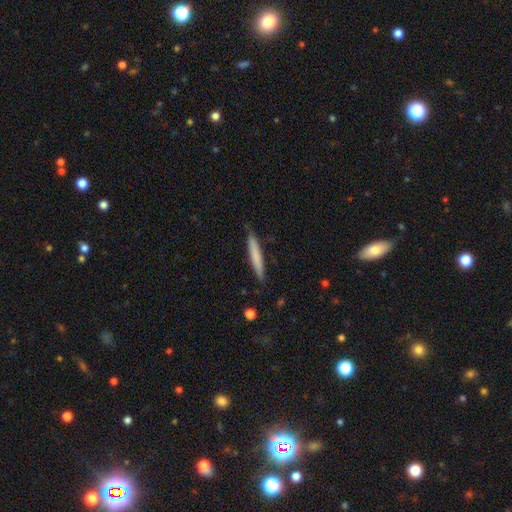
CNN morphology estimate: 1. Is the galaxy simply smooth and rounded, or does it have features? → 69% smooth, 25% featured or disk, 5% star or artifact.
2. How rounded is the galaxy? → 95% cigar-shaped, 4% in between, 1% round.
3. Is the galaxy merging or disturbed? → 86% none, 11% minor disturbance, 2% major disturbance, 1% merger.